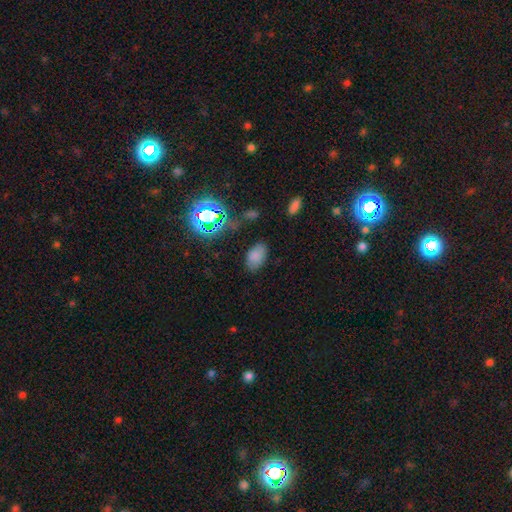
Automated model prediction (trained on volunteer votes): smooth_or_featured: smooth (p=0.74) [alt: star or artifact p=0.17]
how_rounded: in between (p=0.91) [alt: round p=0.07]
merging: none (p=0.77) [alt: minor disturbance p=0.16]